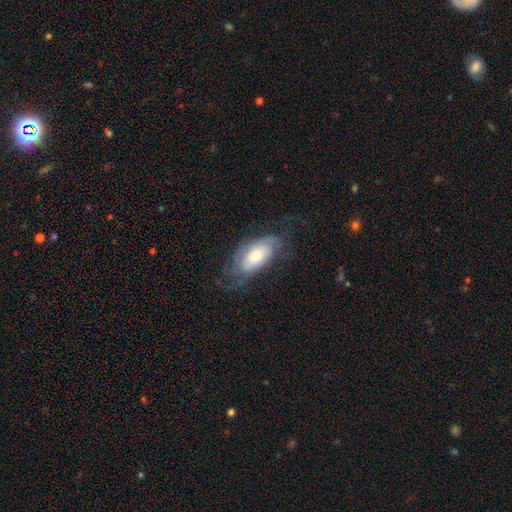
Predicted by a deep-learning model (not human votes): Smooth or featured?
  - featured or disk: 53% *
  - smooth: 40%
  - star or artifact: 7%
Edge-on disk?
  - no: 89% *
  - yes: 11%
Merging?
  - none: 56% *
  - minor disturbance: 24%
  - major disturbance: 19%
  - merger: 1%